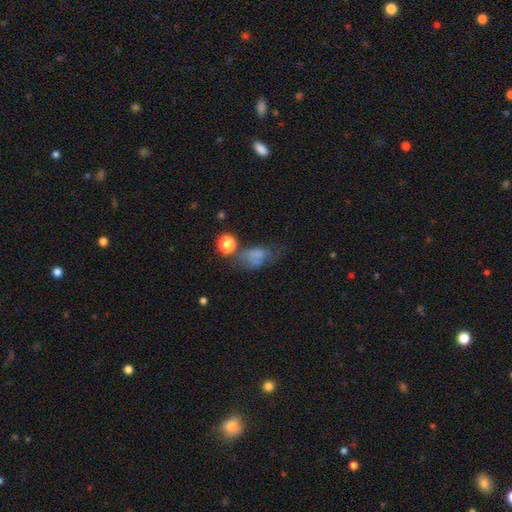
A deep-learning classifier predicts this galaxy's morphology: Q: Smooth or featured?
A: smooth (56%); runner-up: featured or disk (24%)
Q: How rounded?
A: in between (75%); runner-up: round (20%)
Q: Merging?
A: none (33%); runner-up: major disturbance (29%)